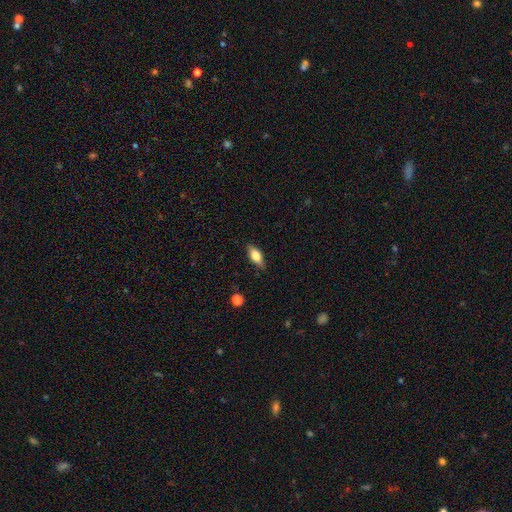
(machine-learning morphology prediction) Overall: smooth (68%). How rounded: in between (78%). Merging: none (84%).